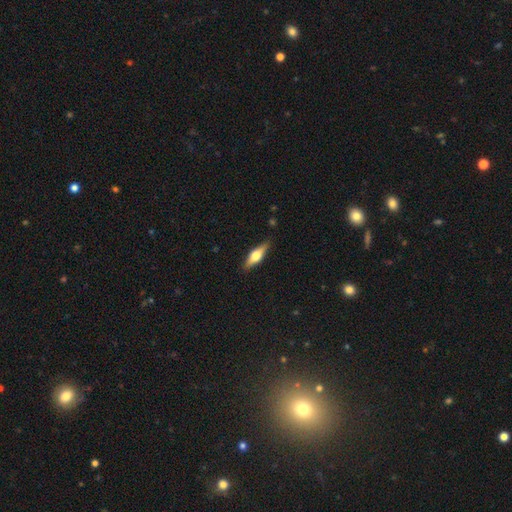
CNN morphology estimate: type=featured or disk (56%); edge-on=yes (95%); edge-on bulge=rounded (93%); merging=none (87%).